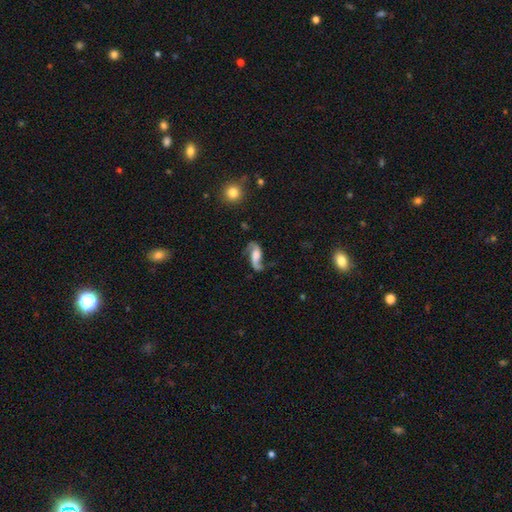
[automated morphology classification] Smooth or featured? featured or disk (84%)
Edge-on disk? no (95%)
Bar? no (47%)
Spiral arms? yes (96%)
Spiral winding? loose (70%)
Spiral arm count? 2 (92%)
Bulge size? large (32%)
Merging? none (67%)